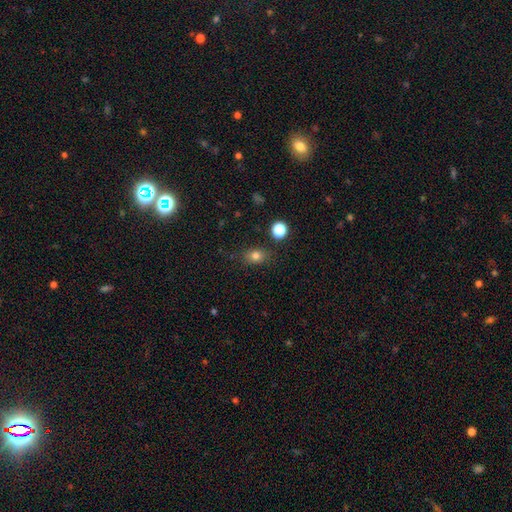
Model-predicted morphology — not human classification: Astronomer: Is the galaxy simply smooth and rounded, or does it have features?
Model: smooth — 78%.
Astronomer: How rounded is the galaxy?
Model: in between — 60% (runner-up: round, 39%).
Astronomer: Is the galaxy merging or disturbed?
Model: none — 81%.